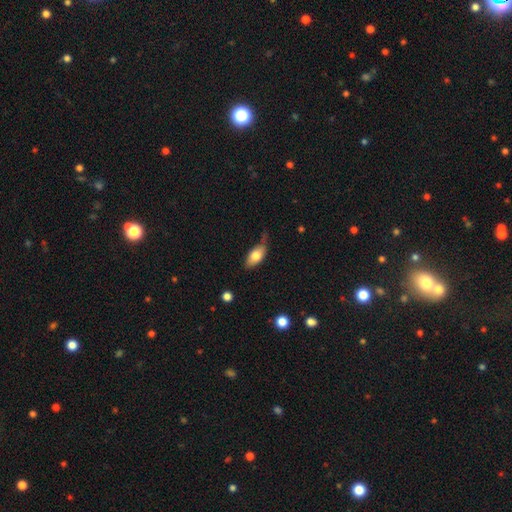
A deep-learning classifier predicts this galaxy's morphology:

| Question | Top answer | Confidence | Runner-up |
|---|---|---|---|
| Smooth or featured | smooth | 76% | featured or disk (17%) |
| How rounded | in between | 90% | cigar-shaped (6%) |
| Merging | none | 55% | minor disturbance (31%) |